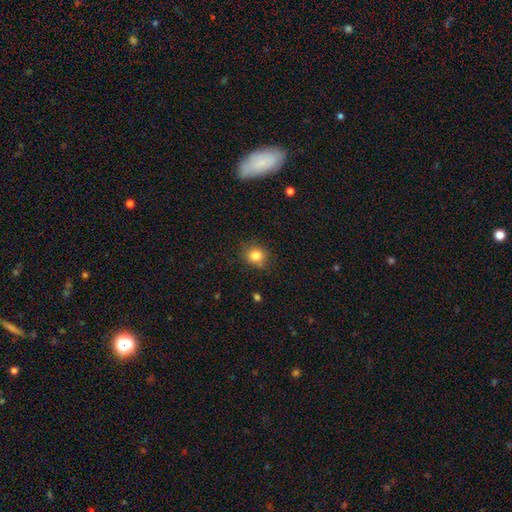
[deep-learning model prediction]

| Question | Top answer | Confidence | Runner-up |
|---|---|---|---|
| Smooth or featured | smooth | 83% | star or artifact (11%) |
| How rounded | round | 81% | in between (18%) |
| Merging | none | 80% | minor disturbance (15%) |